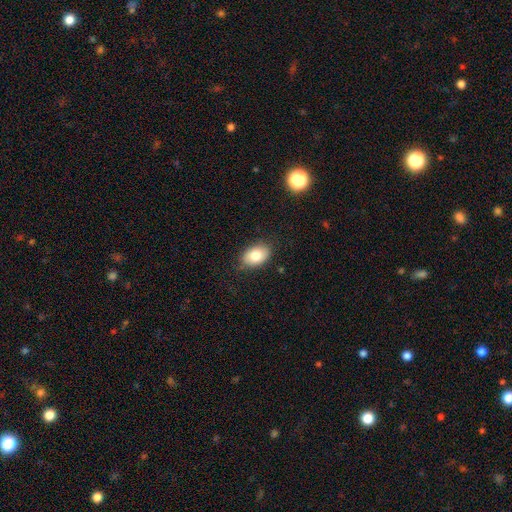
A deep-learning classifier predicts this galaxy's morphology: The model was most divided on "merging": none: 81%, minor disturbance: 15%, major disturbance: 3%, merger: 1%. More confident: how rounded — in between (86%); smooth or featured — smooth (80%).